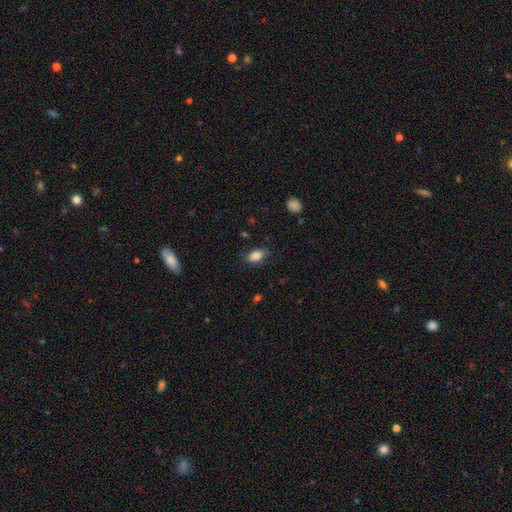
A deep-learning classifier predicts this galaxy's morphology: Smooth or featured?
  - smooth: 85% *
  - star or artifact: 8%
  - featured or disk: 7%
How rounded?
  - in between: 89% *
  - round: 7%
  - cigar-shaped: 5%
Merging?
  - none: 75% *
  - minor disturbance: 19%
  - major disturbance: 5%
  - merger: 1%